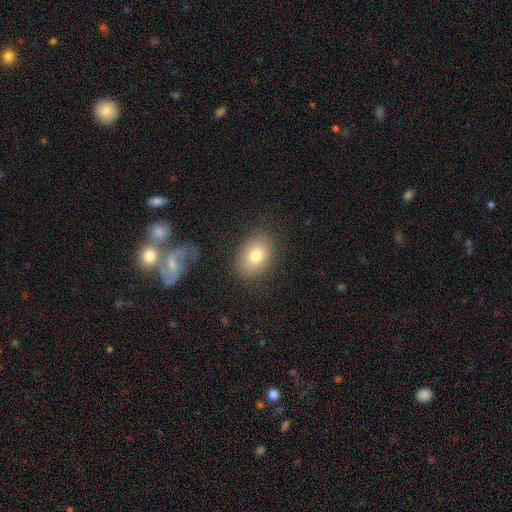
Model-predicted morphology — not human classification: smooth_or_featured: smooth (p=0.78) [alt: featured or disk p=0.13]
how_rounded: in between (p=0.71) [alt: round p=0.27]
merging: none (p=0.81) [alt: minor disturbance p=0.12]